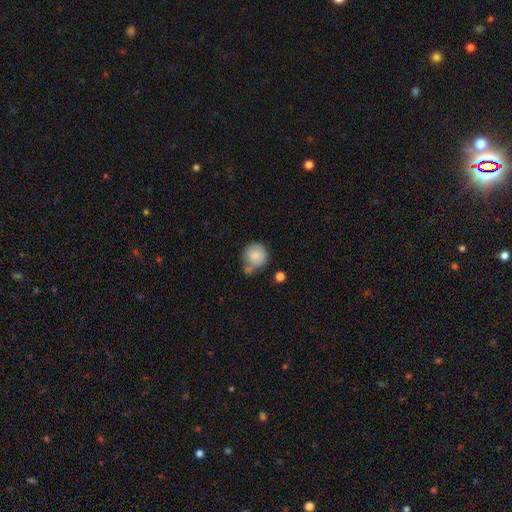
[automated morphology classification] A smooth galaxy with no disk features (80%) that is round (87%). Merging: none (47%).